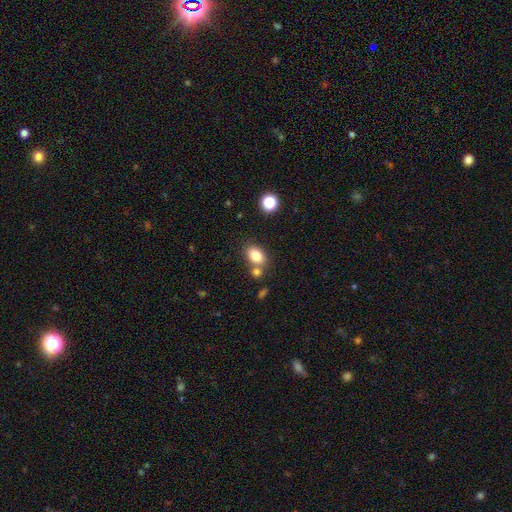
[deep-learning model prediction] The model was most divided on "merging": none: 63%, merger: 21%, minor disturbance: 12%, major disturbance: 4%. More confident: smooth or featured — smooth (81%); how rounded — in between (81%).